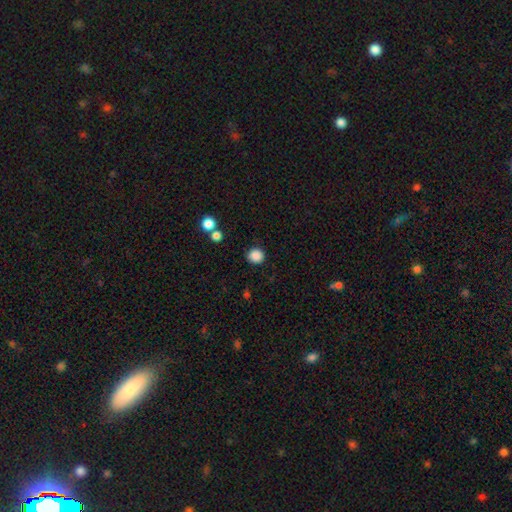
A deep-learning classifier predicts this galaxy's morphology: This appears to be a smooth galaxy with no disk features (86%) that is round (91%). Merging: none (88%).